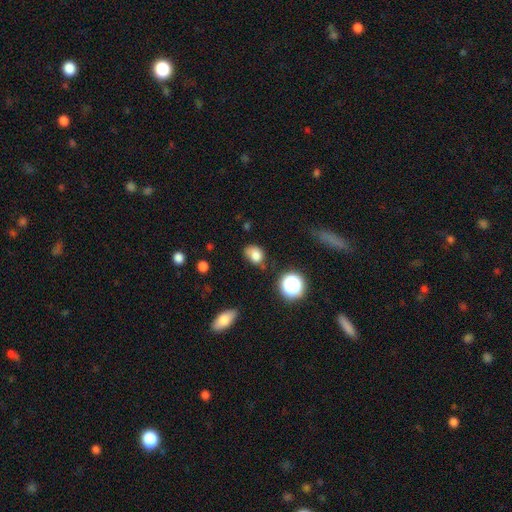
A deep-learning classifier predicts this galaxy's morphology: Smooth or featured? Predicted: smooth (p=0.79). How rounded? Predicted: in between (p=0.64). Merging? Predicted: none (p=0.52).